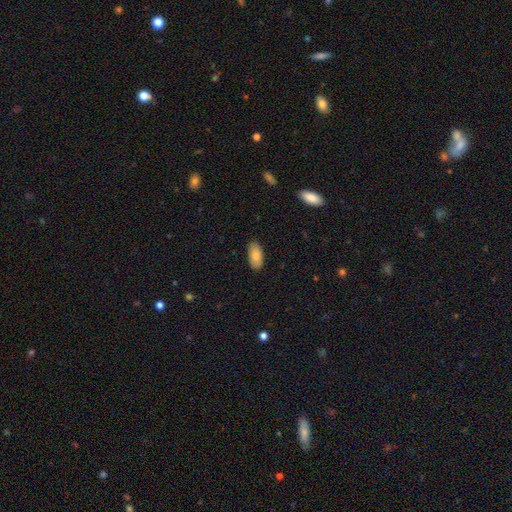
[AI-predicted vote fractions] smooth-or-featured: smooth: 84% | featured or disk: 10% | star or artifact: 7%
  how-rounded: in between: 93% | cigar-shaped: 5% | round: 2%
  merging: none: 85% | minor disturbance: 12% | major disturbance: 2% | merger: 1%